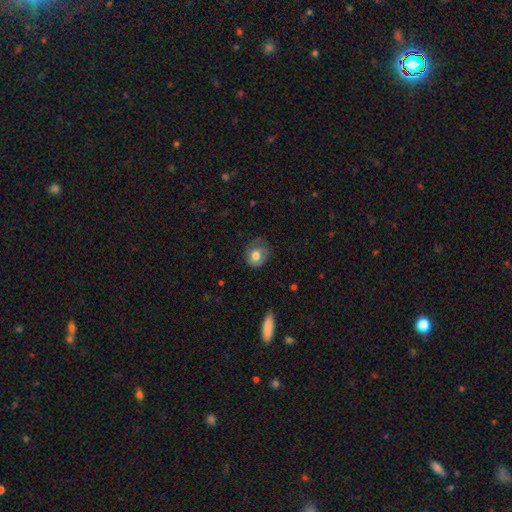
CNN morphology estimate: A smooth galaxy with no disk features (66%) that is round (70%). Merging: none (63%).